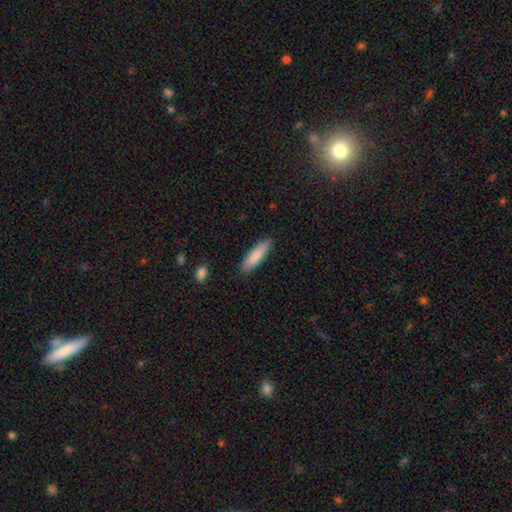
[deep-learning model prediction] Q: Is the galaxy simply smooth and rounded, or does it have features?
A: smooth — 84%.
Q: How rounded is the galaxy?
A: cigar-shaped — 70%.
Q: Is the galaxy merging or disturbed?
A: none — 89%.